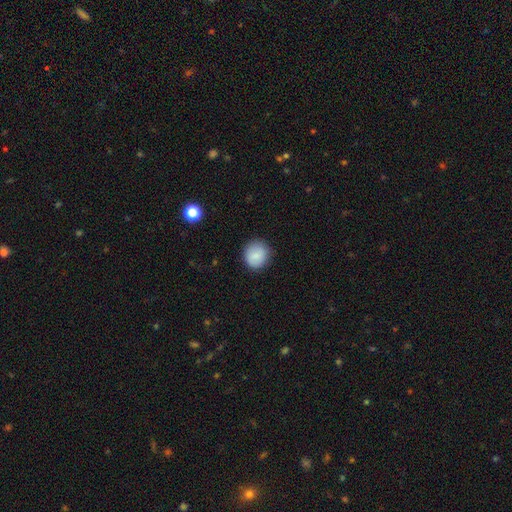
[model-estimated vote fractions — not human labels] This is clearly a smooth galaxy (86%). How rounded: clearly round (85%). Merging: clearly none (86%).